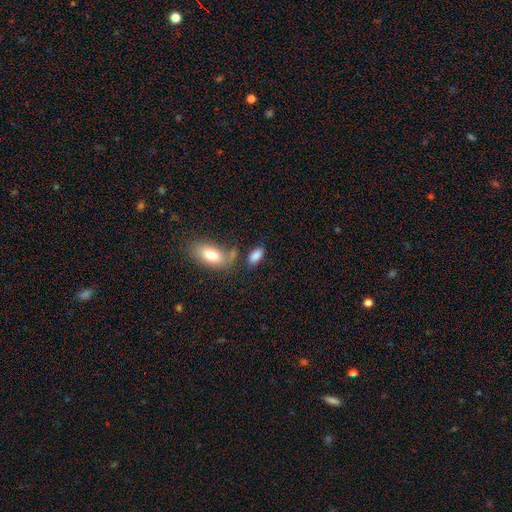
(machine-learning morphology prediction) type=smooth (85%); roundness=in between (91%); merging=none (61%).